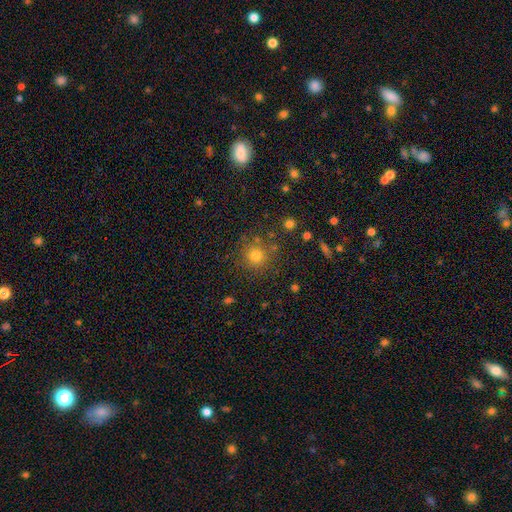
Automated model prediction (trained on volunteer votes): The model was most divided on "smooth or featured": smooth: 77%, star or artifact: 16%, featured or disk: 7%. More confident: how rounded — round (92%); merging — none (81%).